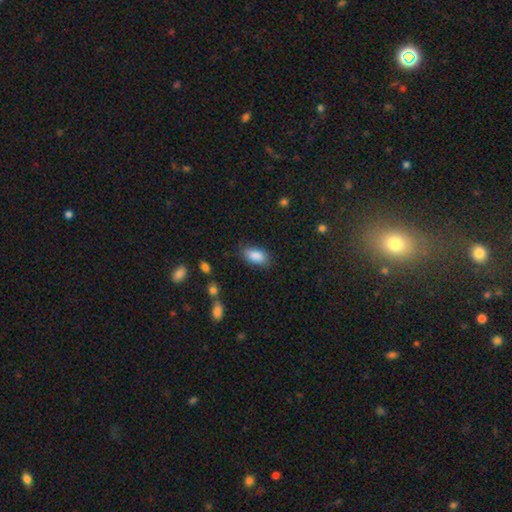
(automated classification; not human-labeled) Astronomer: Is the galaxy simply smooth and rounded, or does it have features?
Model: smooth — 88%.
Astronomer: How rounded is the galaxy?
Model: in between — 92%.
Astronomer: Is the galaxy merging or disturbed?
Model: none — 80%.